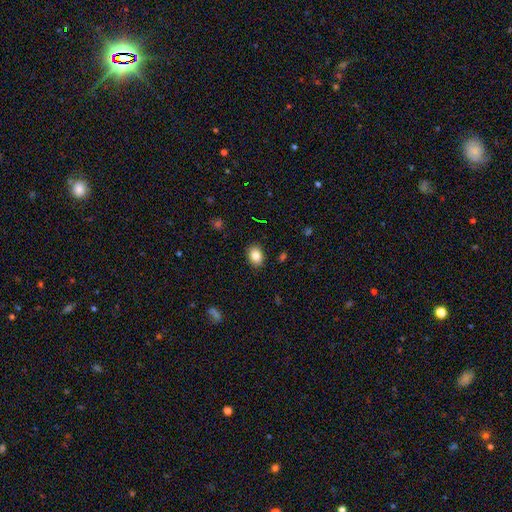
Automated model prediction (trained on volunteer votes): Smooth or featured? smooth (84%)
How rounded? in between (69%)
Merging? none (88%)